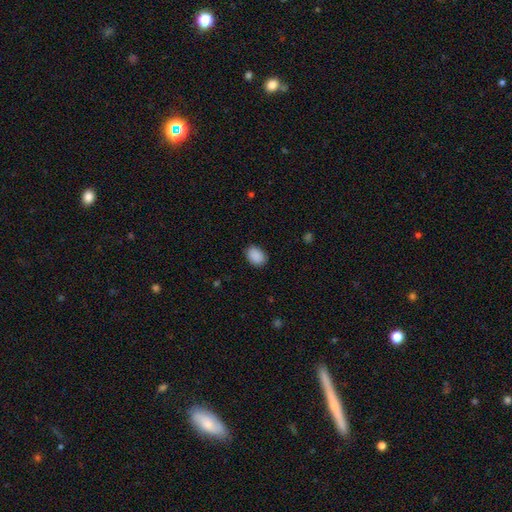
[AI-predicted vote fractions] Morphology: type=smooth (90%); roundness=in between (75%); merging=none (86%).